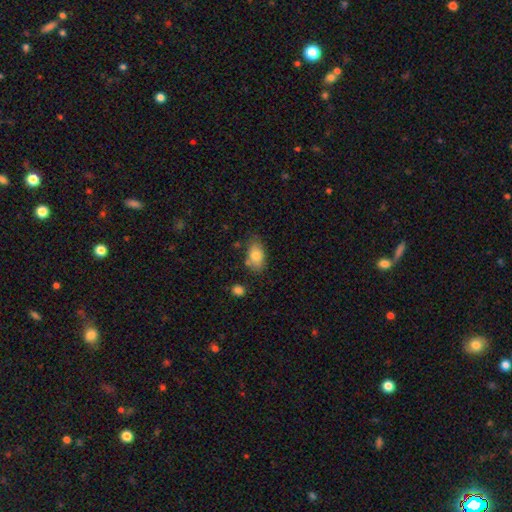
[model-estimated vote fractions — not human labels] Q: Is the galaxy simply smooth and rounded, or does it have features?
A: smooth — 79%.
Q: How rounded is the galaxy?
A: in between — 88%.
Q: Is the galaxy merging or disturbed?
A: none — 70%.